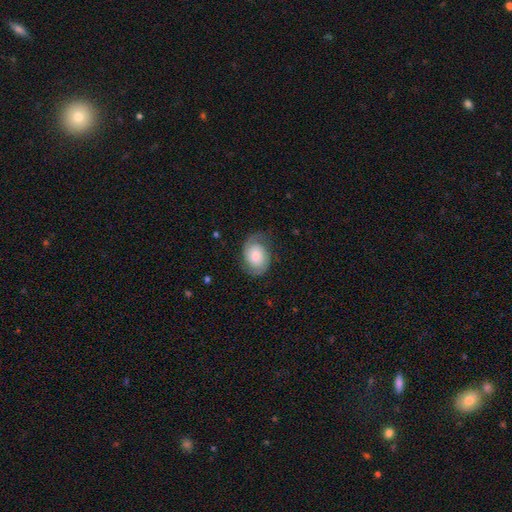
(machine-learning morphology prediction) This is possibly a featured or disk galaxy (59%). It is clearly not viewed edge-on (97%). Bar: likely no (75%). Spiral arm pattern: clearly yes (89%). Spiral arm count: clearly 2 (84%). Spiral winding: marginally medium (40%). Central bulge: marginally moderate (40%). Merging: likely none (69%).